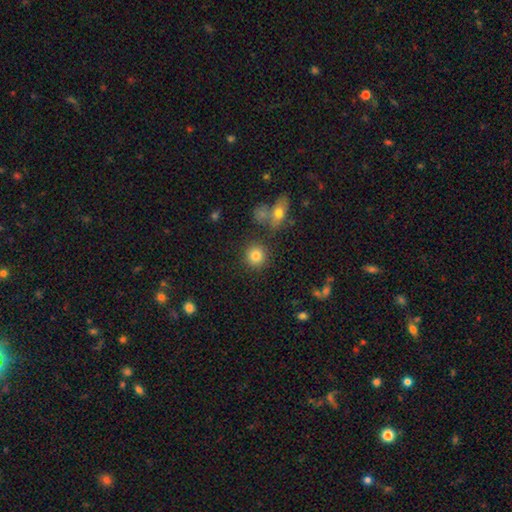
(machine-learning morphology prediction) type=smooth (82%); roundness=round (91%); merging=none (83%).